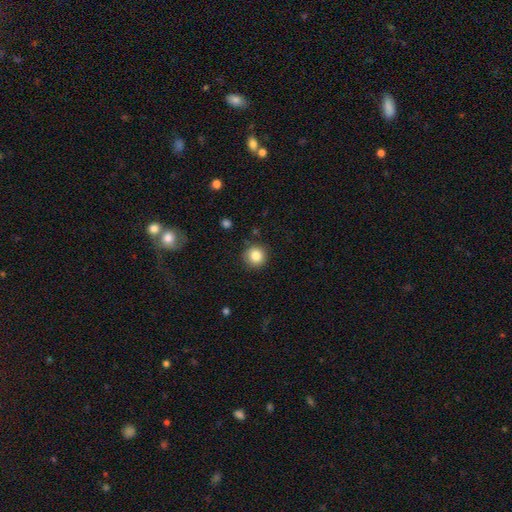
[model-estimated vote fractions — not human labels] Smooth or featured? Predicted: smooth (p=0.84). How rounded? Predicted: round (p=0.94). Merging? Predicted: none (p=0.88).